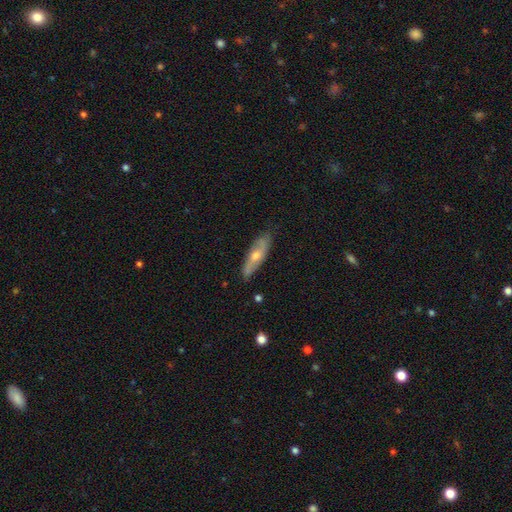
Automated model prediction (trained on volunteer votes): Smooth or featured: featured or disk — 54% (smooth — 40%)
Edge-on disk: no — 55% (yes — 45%)
Merging: none — 81% (minor disturbance — 15%)